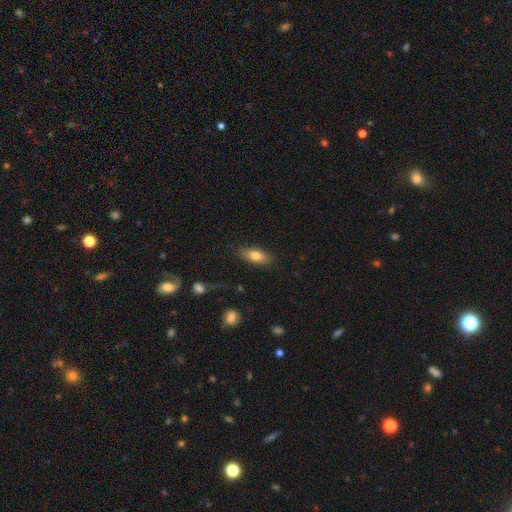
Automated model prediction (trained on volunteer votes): The model was most divided on "smooth or featured": smooth: 77%, featured or disk: 16%, star or artifact: 7%. More confident: merging — none (83%); how rounded — in between (81%).